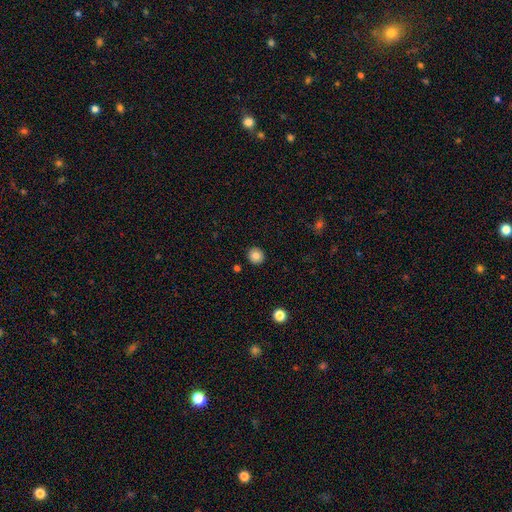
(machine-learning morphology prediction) smooth_or_featured: smooth (p=0.82) [alt: star or artifact p=0.09]
how_rounded: round (p=0.93) [alt: in between p=0.06]
merging: none (p=0.92) [alt: minor disturbance p=0.05]